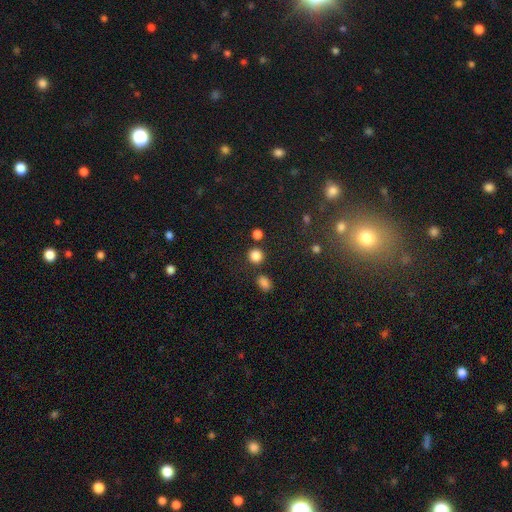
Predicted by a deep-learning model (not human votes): smooth-or-featured: smooth: 83% | star or artifact: 13% | featured or disk: 4%
  how-rounded: round: 88% | in between: 11% | cigar-shaped: 1%
  merging: none: 80% | merger: 8% | minor disturbance: 8% | major disturbance: 3%